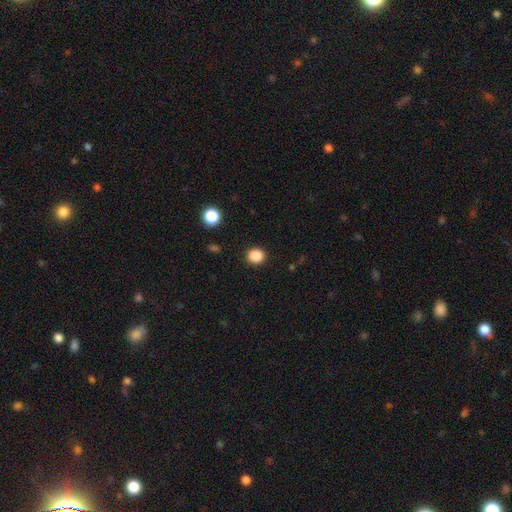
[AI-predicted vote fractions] Smooth or featured? Predicted: smooth (p=0.87). How rounded? Predicted: round (p=0.85). Merging? Predicted: none (p=0.91).